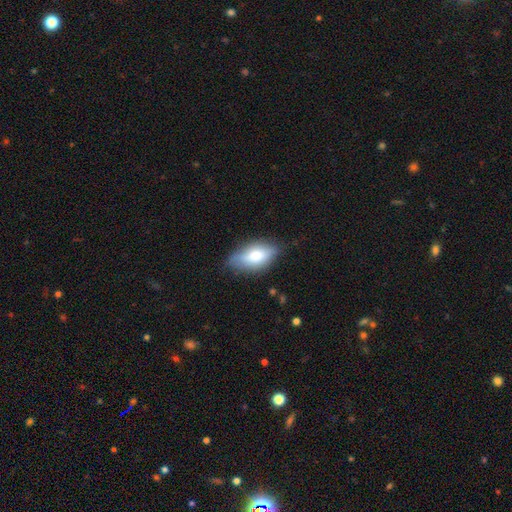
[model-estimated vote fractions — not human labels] Morphology: type=smooth (72%); roundness=in between (87%); merging=none (73%).